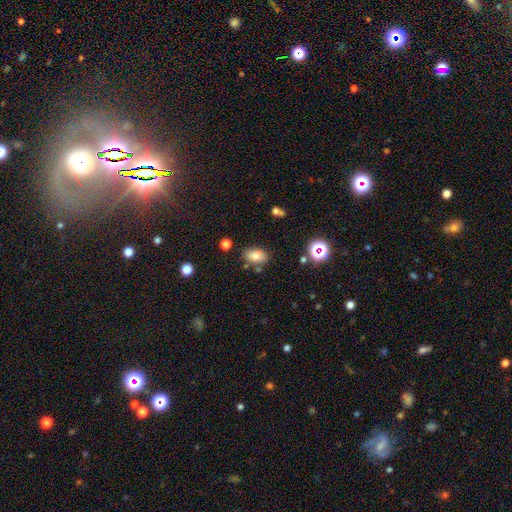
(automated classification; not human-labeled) This appears to be a smooth galaxy with no disk features (80%) that is in between round and cigar-shaped (85%). Merging: none (77%).